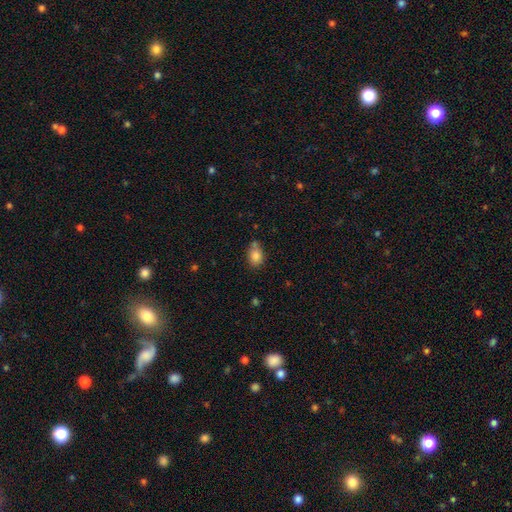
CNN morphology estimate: Overall: smooth (83%). How rounded: in between (69%; round 30%). Merging: none (60%; minor disturbance 22%).